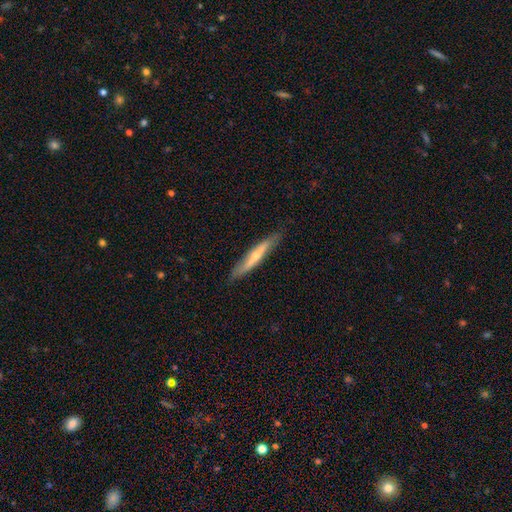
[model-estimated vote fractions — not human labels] A featured or disk galaxy (54%) viewed edge-on (87%). Merging: none (84%).